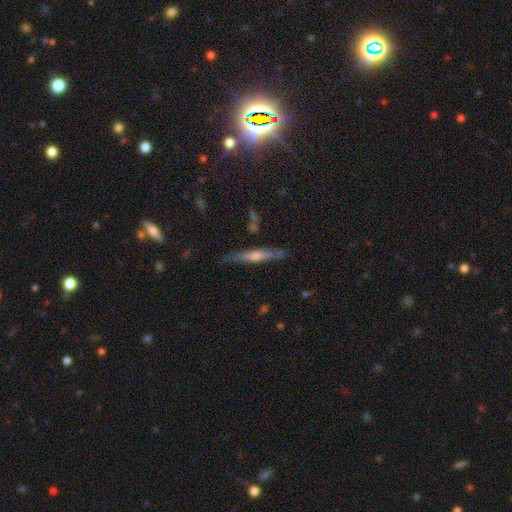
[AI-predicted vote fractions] This appears to be a featured or disk galaxy (63%) viewed edge-on (94%) with a rounded central bulge (72%). Merging: none (84%).